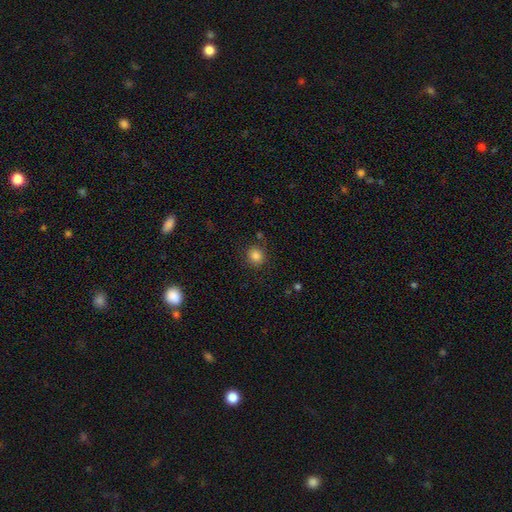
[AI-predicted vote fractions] Morphology: type=smooth (83%); roundness=round (85%); merging=none (84%).